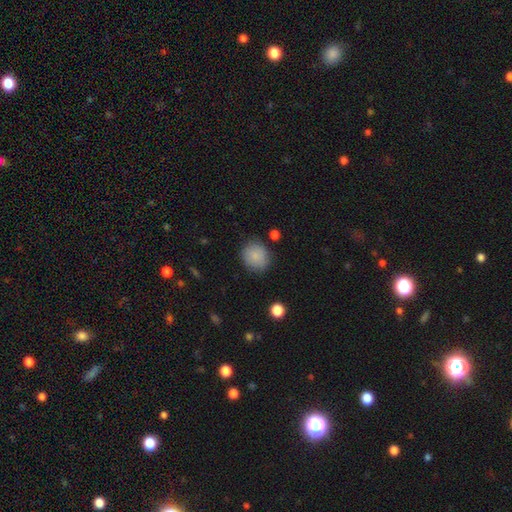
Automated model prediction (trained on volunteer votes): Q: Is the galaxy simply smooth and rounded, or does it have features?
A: smooth — 85%.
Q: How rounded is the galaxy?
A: round — 82%.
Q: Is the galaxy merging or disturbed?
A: none — 82%.